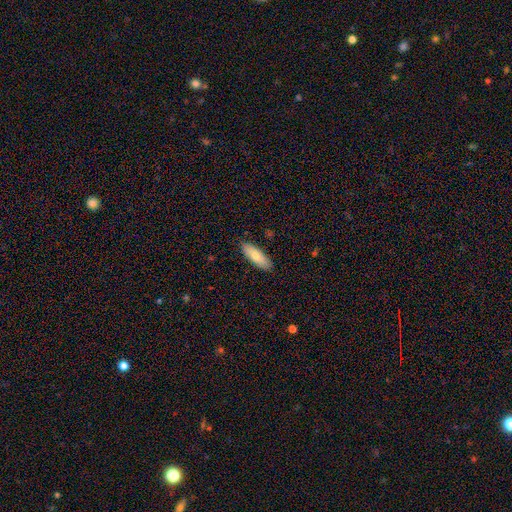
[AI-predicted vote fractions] Smooth or featured? Predicted: smooth (p=0.75). How rounded? Predicted: in between (p=0.65). Merging? Predicted: none (p=0.88).